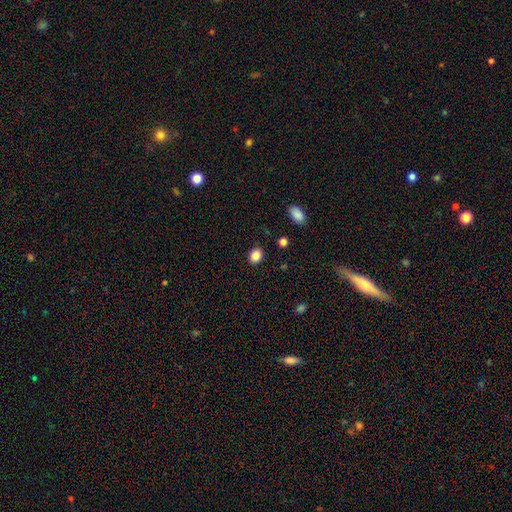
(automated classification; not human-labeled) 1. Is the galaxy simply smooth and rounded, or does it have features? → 86% smooth, 10% star or artifact, 4% featured or disk.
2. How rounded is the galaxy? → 55% in between, 44% round, 1% cigar-shaped.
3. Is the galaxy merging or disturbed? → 88% none, 8% minor disturbance, 2% major disturbance, 2% merger.